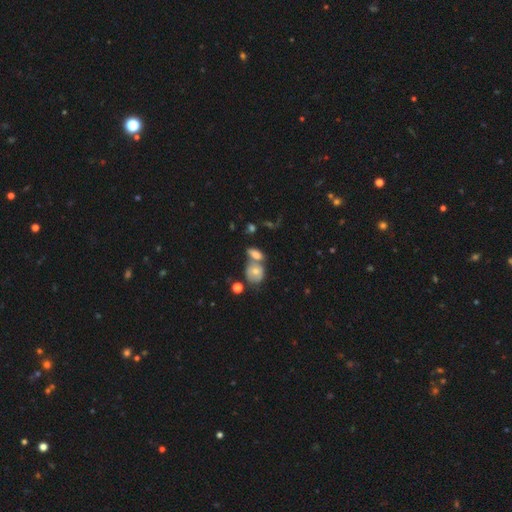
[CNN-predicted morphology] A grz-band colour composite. It shows a smooth galaxy with no disk features (54%) that is in between round and cigar-shaped (58%). Merging: none (47%).